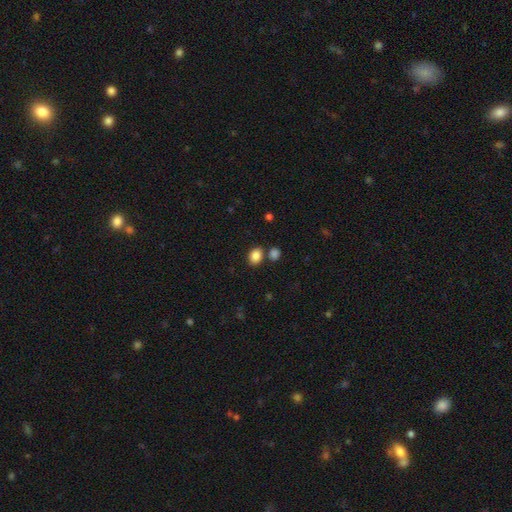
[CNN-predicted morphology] A smooth galaxy with no disk features (86%) that is in between round and cigar-shaped (56%). Merging: none (73%).